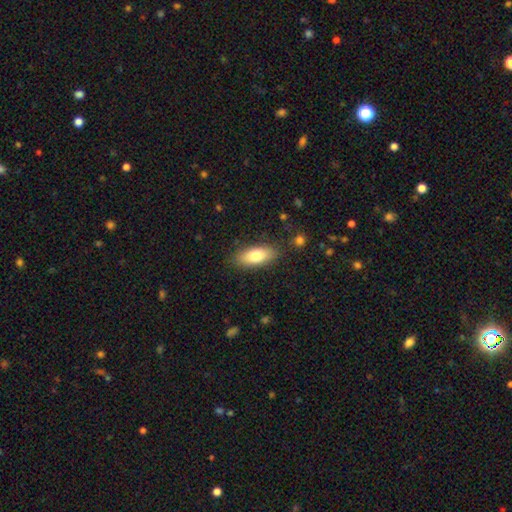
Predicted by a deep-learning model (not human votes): smooth-or-featured: smooth: 78% | featured or disk: 15% | star or artifact: 6%
  how-rounded: in between: 78% | cigar-shaped: 19% | round: 3%
  merging: none: 85% | minor disturbance: 11% | major disturbance: 3% | merger: 2%